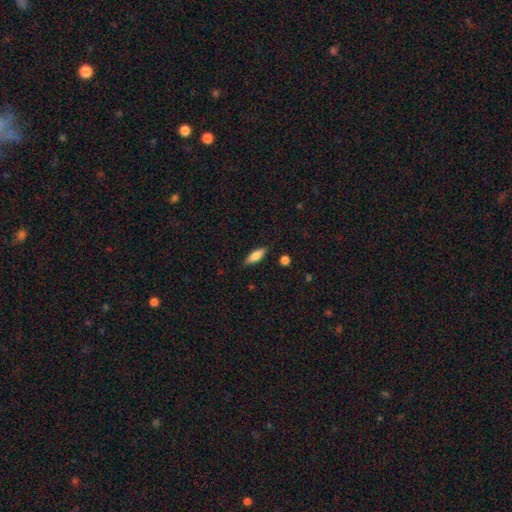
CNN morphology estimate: A smooth galaxy with no disk features (75%) that is in between round and cigar-shaped (64%). Merging: none (85%).